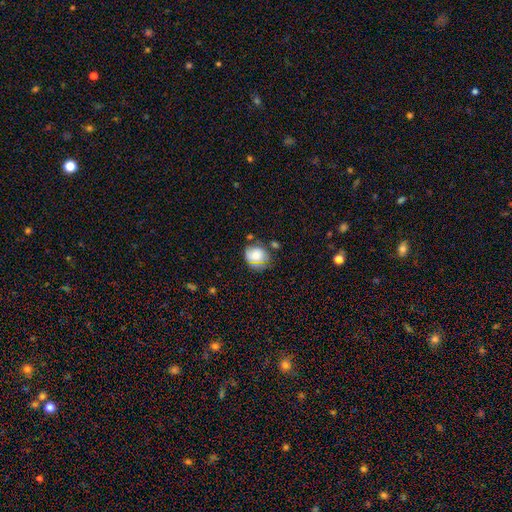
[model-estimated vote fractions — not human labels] Overall: smooth (73%). How rounded: round (76%). Merging: none (64%).